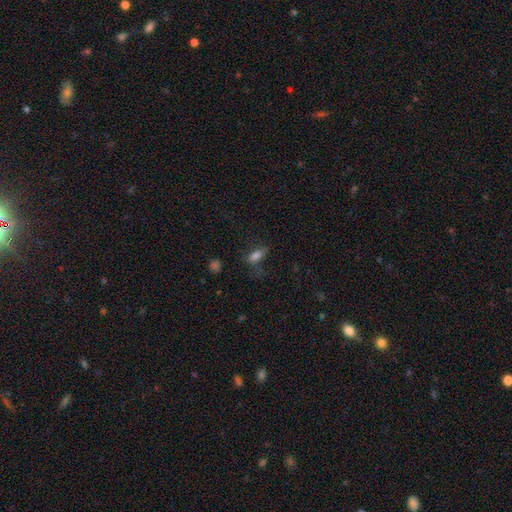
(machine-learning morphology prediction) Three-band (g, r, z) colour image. It shows a smooth galaxy with no disk features (74%) that is in between round and cigar-shaped (76%). Merging: none (59%).